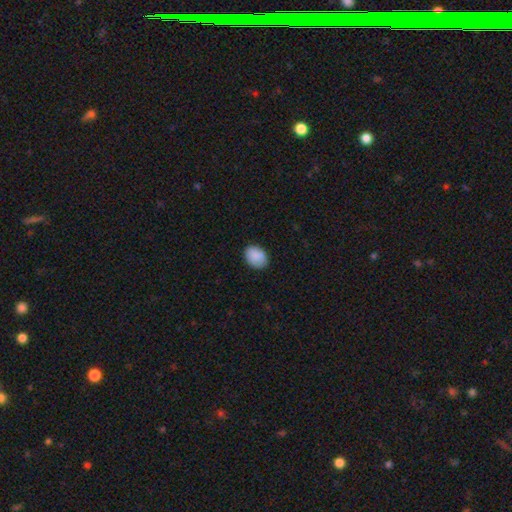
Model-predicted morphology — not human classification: Overall: smooth (87%). How rounded: in between (70%). Merging: none (82%).